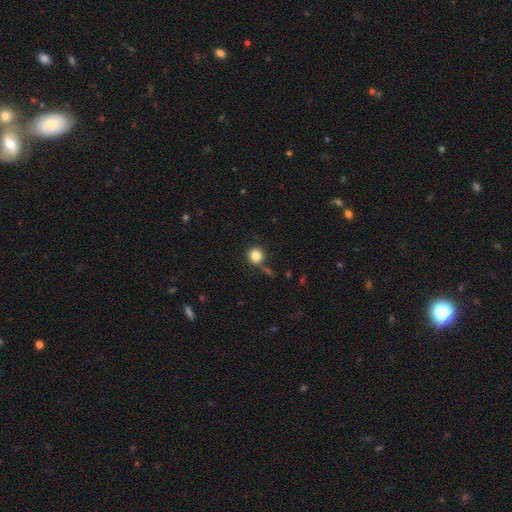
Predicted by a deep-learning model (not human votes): Smooth or featured? Predicted: smooth (p=0.83). How rounded? Predicted: round (p=0.94). Merging? Predicted: none (p=0.73).